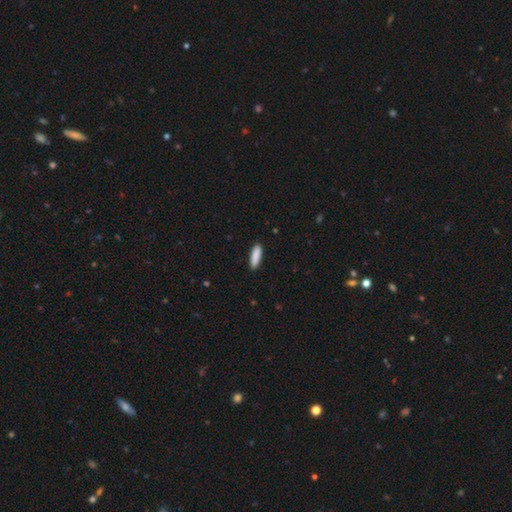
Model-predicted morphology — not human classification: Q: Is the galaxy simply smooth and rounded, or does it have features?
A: smooth — 89%.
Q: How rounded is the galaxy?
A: cigar-shaped — 60%.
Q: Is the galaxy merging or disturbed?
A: none — 89%.